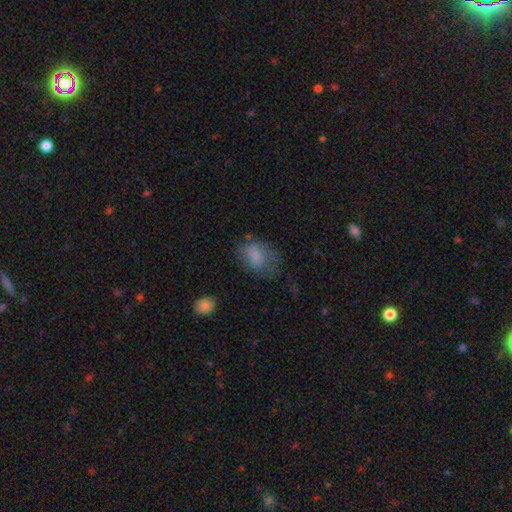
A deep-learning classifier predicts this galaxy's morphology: smooth_or_featured: smooth (p=0.72) [alt: featured or disk p=0.17]
how_rounded: in between (p=0.76) [alt: round p=0.22]
merging: none (p=0.44) [alt: minor disturbance p=0.28]